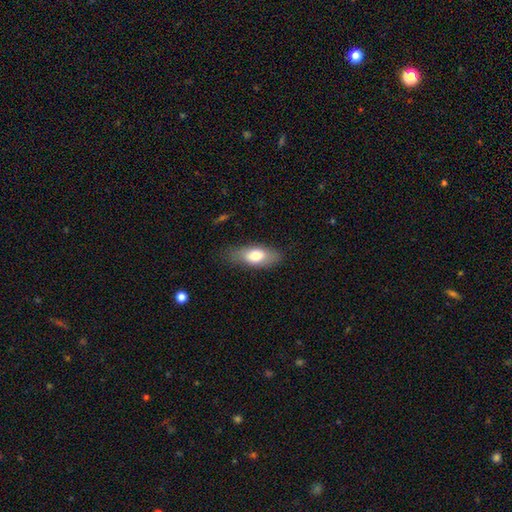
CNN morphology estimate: Smooth or featured?
  - smooth: 72% *
  - featured or disk: 22%
  - star or artifact: 7%
How rounded?
  - in between: 79% *
  - cigar-shaped: 17%
  - round: 4%
Merging?
  - none: 76% *
  - minor disturbance: 18%
  - major disturbance: 4%
  - merger: 1%